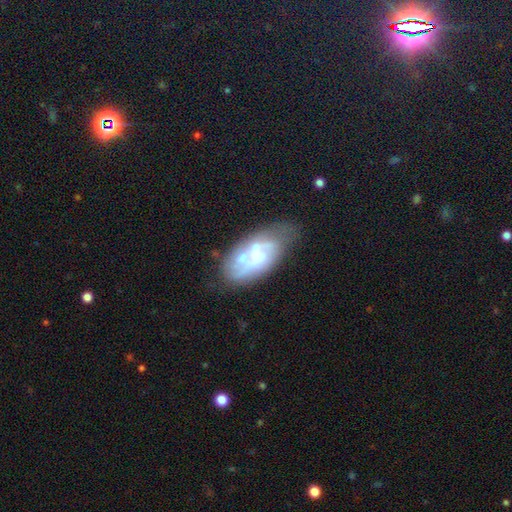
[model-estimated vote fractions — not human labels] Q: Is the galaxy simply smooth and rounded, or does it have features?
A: featured or disk — 64%.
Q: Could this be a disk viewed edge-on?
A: no — 94%.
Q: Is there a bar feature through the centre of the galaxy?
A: no — 57%.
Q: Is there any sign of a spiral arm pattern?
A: yes — 59%.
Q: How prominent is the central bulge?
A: small — 43%.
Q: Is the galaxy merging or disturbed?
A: none — 50%.